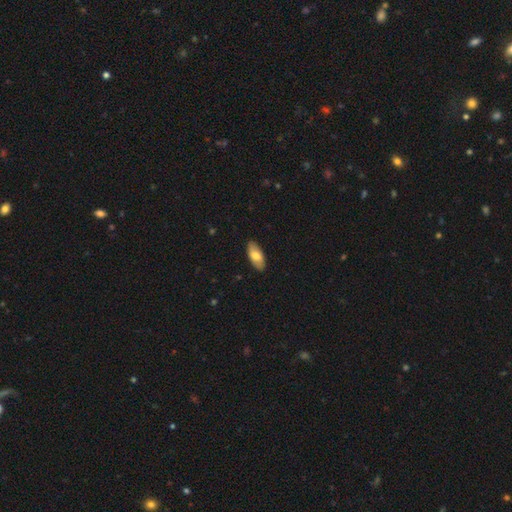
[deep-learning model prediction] The model was most divided on "smooth or featured": smooth: 75%, featured or disk: 20%, star or artifact: 6%. More confident: how rounded — in between (90%); merging — none (89%).